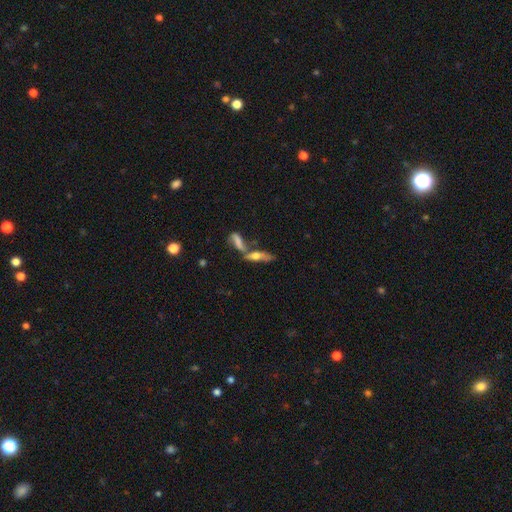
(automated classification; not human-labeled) The model was most divided on "smooth or featured": smooth: 46%, featured or disk: 44%, star or artifact: 10%. Remaining: merging — merger (47%).